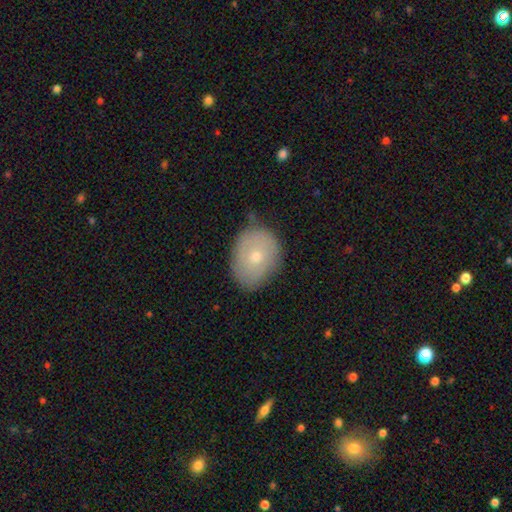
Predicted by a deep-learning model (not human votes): Q: Smooth or featured?
A: smooth (65%); runner-up: featured or disk (27%)
Q: How rounded?
A: in between (55%); runner-up: round (43%)
Q: Merging?
A: none (73%); runner-up: minor disturbance (21%)